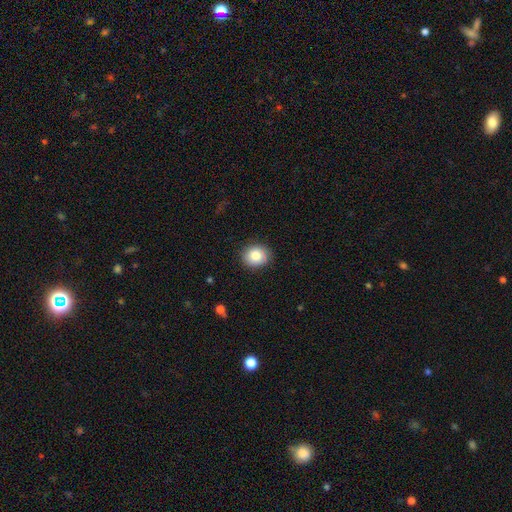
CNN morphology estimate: Overall: smooth (83%). How rounded: round (68%; in between 31%). Merging: none (87%).